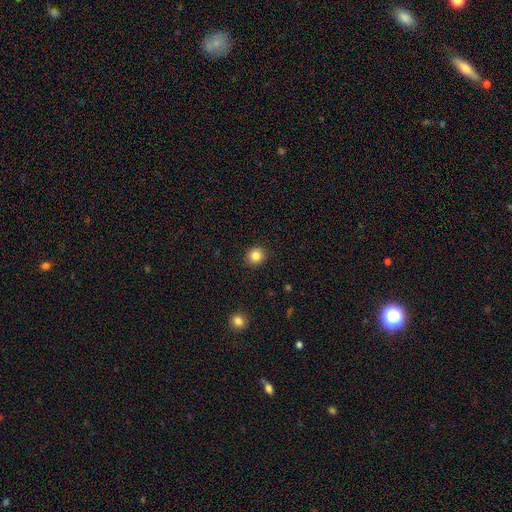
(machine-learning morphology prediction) A smooth galaxy with no disk features (85%) that is round (90%). Merging: none (92%).